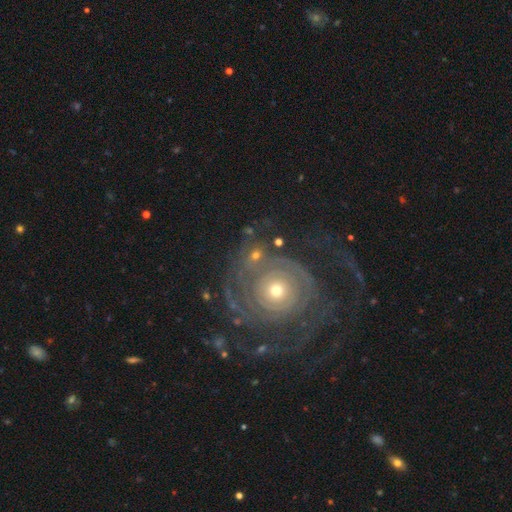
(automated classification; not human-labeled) smooth-or-featured: featured or disk: 78% | smooth: 12% | star or artifact: 10%
  disk-edge-on: no: 97% | yes: 3%
    bar: no: 84% | weak: 11% | strong: 5%
    has-spiral-arms: yes: 87% | no: 13%
      spiral-winding: tight: 79% | medium: 15% | loose: 6%
      spiral-arm-count: can't tell: 33% | 2: 26% | 3: 15% | 4: 9% | more than 4: 9% | 1: 8%
    bulge-size: small: 48% | moderate: 46% | large: 4% | dominant: 1% | none: 1%
  merging: none: 64% | minor disturbance: 15% | major disturbance: 14% | merger: 7%